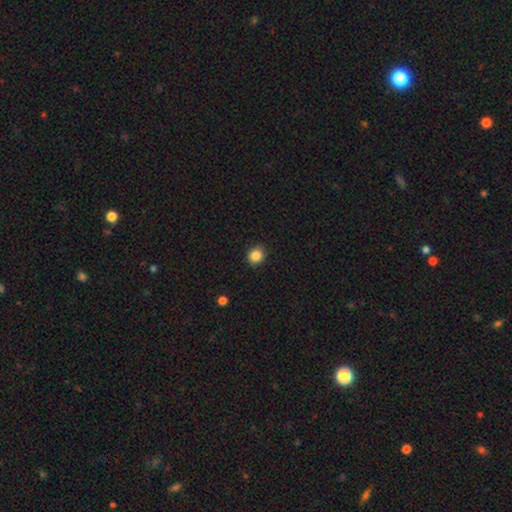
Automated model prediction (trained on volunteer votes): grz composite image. It shows a smooth galaxy with no disk features (86%) that is round (77%). Merging: none (88%).